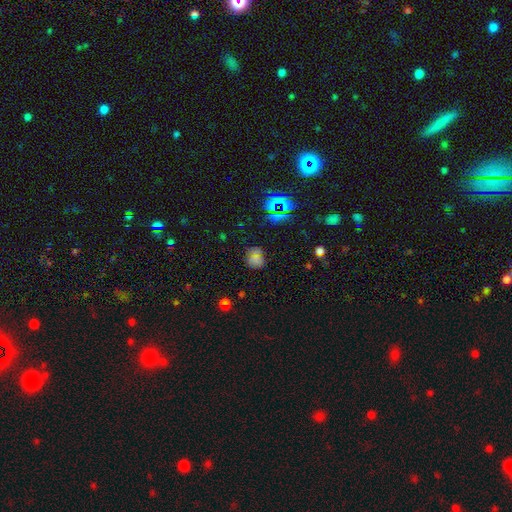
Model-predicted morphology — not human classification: This is possibly a smooth galaxy (56%). How rounded: likely round (79%). Merging: clearly none (80%).